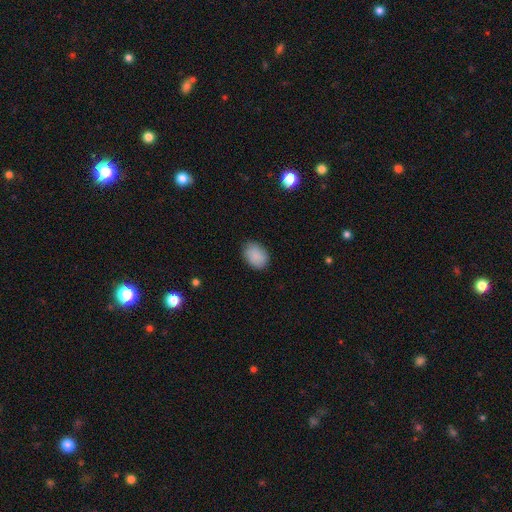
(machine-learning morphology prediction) smooth-or-featured: smooth: 88% | star or artifact: 7% | featured or disk: 5%
  how-rounded: in between: 72% | round: 27% | cigar-shaped: 1%
  merging: none: 82% | minor disturbance: 14% | major disturbance: 3% | merger: 1%